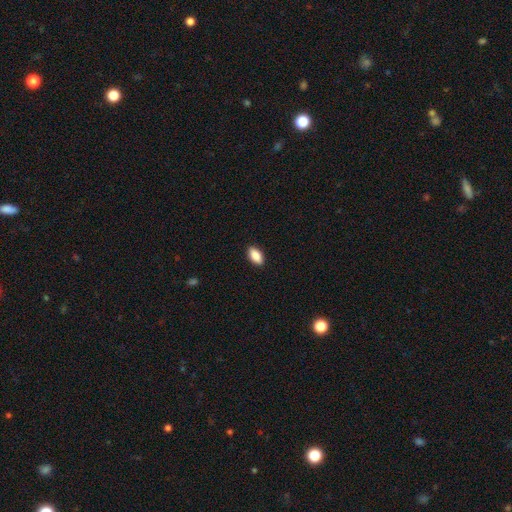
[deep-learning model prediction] Smooth or featured: smooth — 89% (star or artifact — 7%)
How rounded: in between — 92% (cigar-shaped — 5%)
Merging: none — 90% (minor disturbance — 7%)